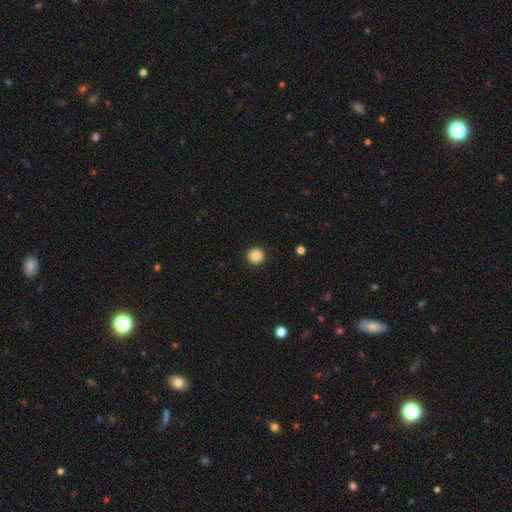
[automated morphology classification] A smooth galaxy with no disk features (86%) that is round (95%). Merging: none (93%).